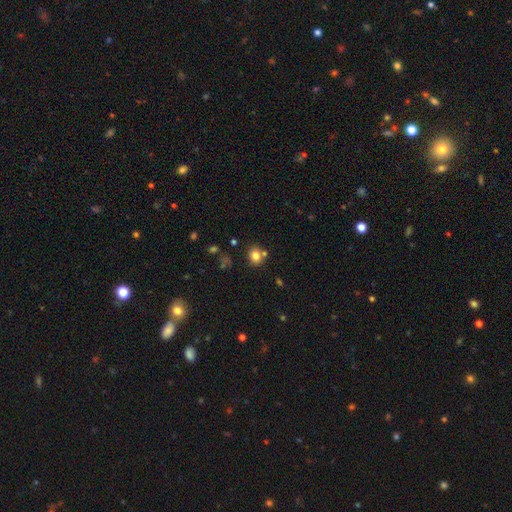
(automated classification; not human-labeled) Morphology: type=smooth (79%); roundness=round (65%); merging=none (70%).